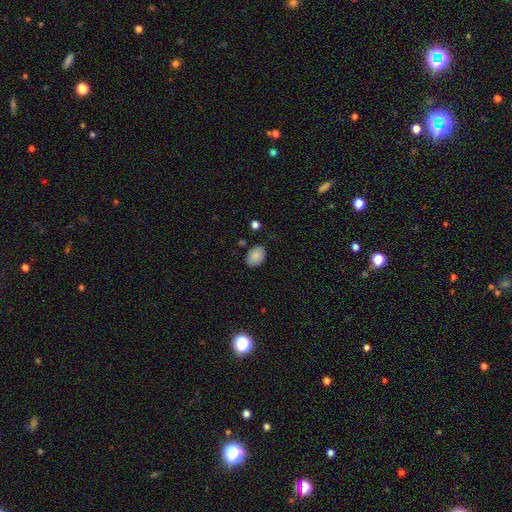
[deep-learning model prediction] This appears to be a smooth galaxy with no disk features (87%) that is in between round and cigar-shaped (76%). Merging: none (80%).